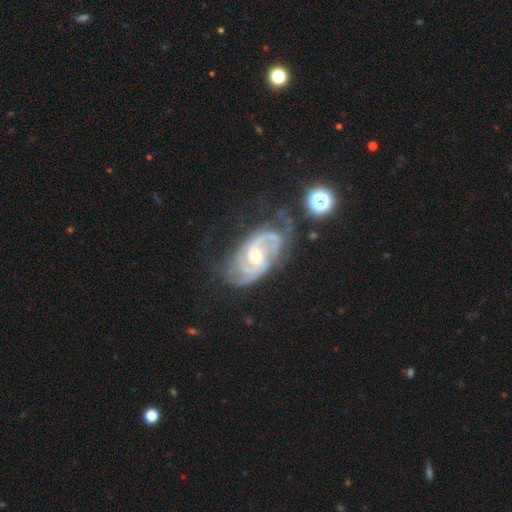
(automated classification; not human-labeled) This appears to be a featured or disk galaxy (90%) with no bar (53%), 2 (46%) tight (47%) spiral arms (97%) and a moderate central bulge (54%). Merging: none (58%).